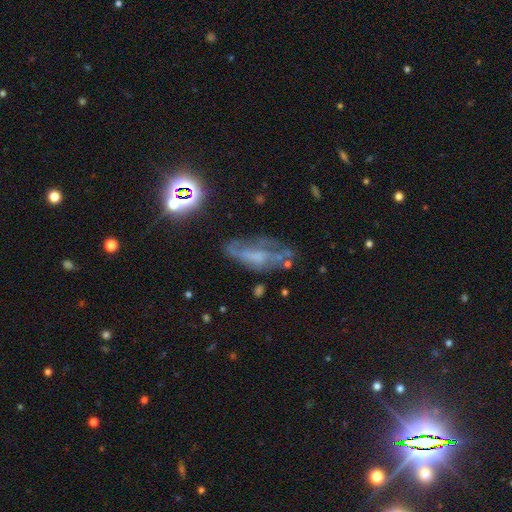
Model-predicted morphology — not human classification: The model was most divided on "smooth or featured": featured or disk: 53%, smooth: 27%, star or artifact: 20%. More confident: edge-on disk — no (86%); merging — none (50%).